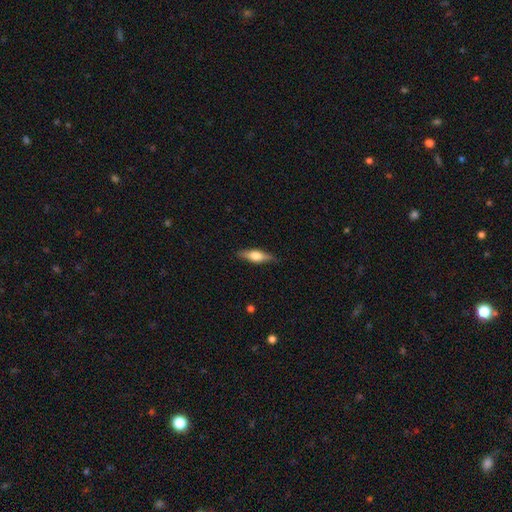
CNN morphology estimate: A smooth galaxy with no disk features (48%). Merging: none (85%).